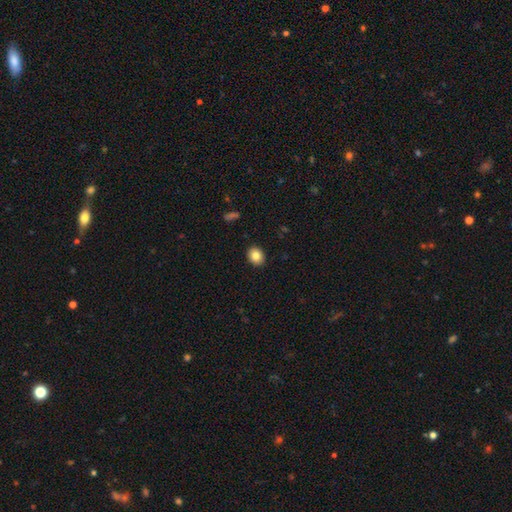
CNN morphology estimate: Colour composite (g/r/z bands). It shows a smooth galaxy with no disk features (83%) that is in between round and cigar-shaped (53%). Merging: none (91%).